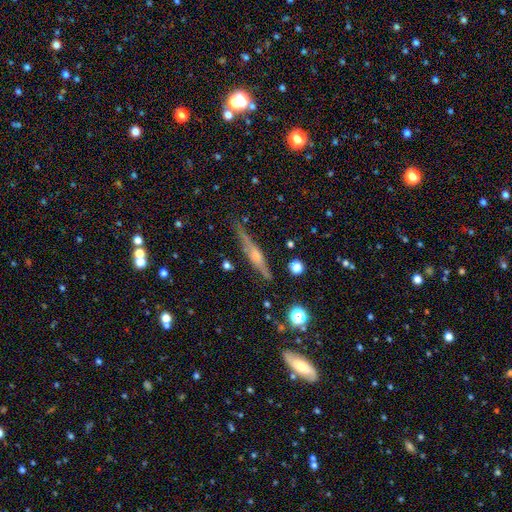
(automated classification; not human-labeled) This is likely a featured or disk galaxy (71%). It is clearly viewed edge-on (96%). Edge-on bulge: likely rounded (77%). Merging: likely none (80%).